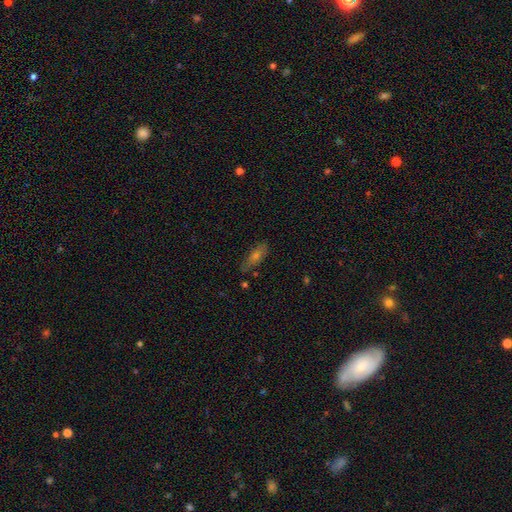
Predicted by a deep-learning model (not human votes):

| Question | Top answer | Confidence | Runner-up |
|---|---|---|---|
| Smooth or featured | smooth | 52% | featured or disk (33%) |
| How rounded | in between | 57% | cigar-shaped (38%) |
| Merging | none | 78% | minor disturbance (16%) |